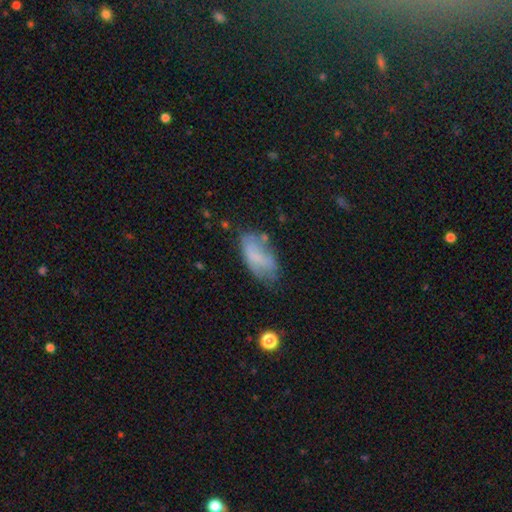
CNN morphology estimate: The model was most divided on "merging": none: 51%, minor disturbance: 31%, major disturbance: 13%, merger: 5%. More confident: how rounded — in between (89%); smooth or featured — smooth (65%).